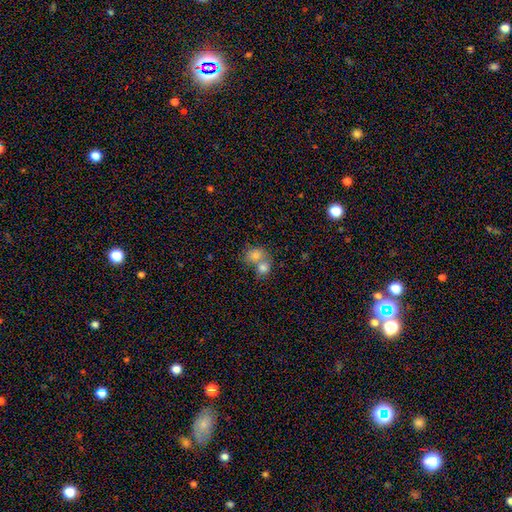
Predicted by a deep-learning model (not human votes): Smooth or featured? smooth (74%)
How rounded? round (62%)
Merging? merger (63%)